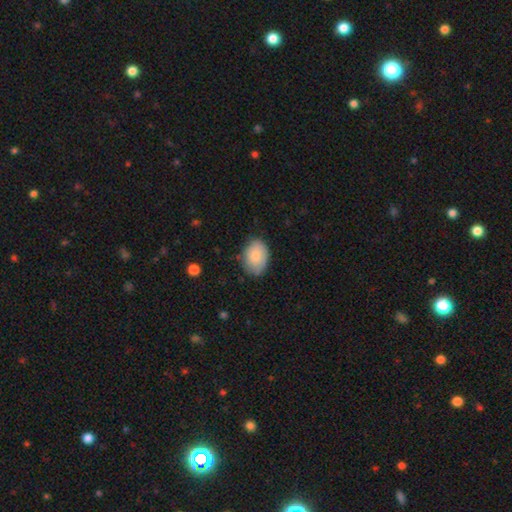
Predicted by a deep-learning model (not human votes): A smooth galaxy with no disk features (83%) that is in between round and cigar-shaped (79%). Merging: none (72%).